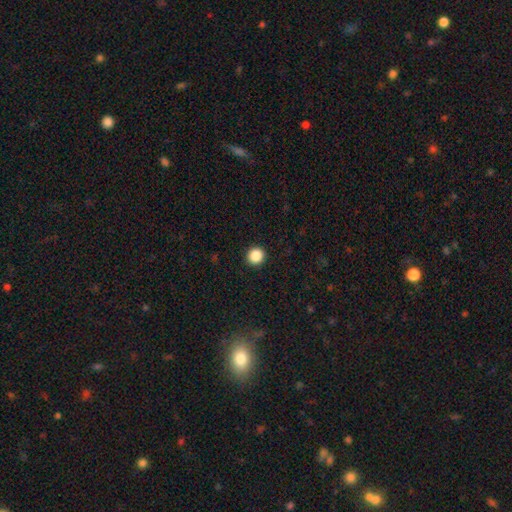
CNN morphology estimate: This appears to be a smooth galaxy with no disk features (87%) that is round (93%). Merging: none (93%).